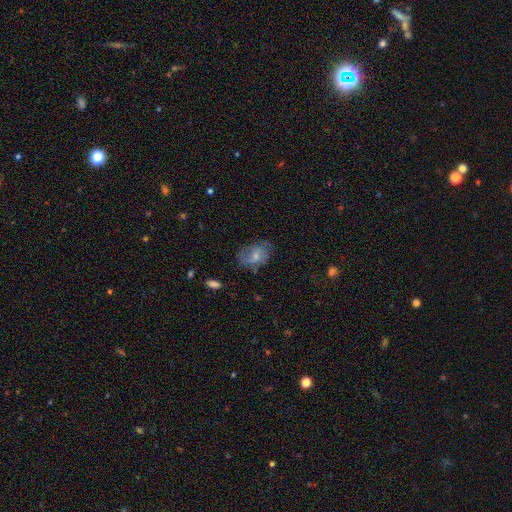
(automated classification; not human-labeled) Smooth or featured?
  - smooth: 50% *
  - featured or disk: 41%
  - star or artifact: 9%
How rounded?
  - in between: 77% *
  - round: 21%
  - cigar-shaped: 2%
Merging?
  - none: 59% *
  - minor disturbance: 26%
  - major disturbance: 13%
  - merger: 2%